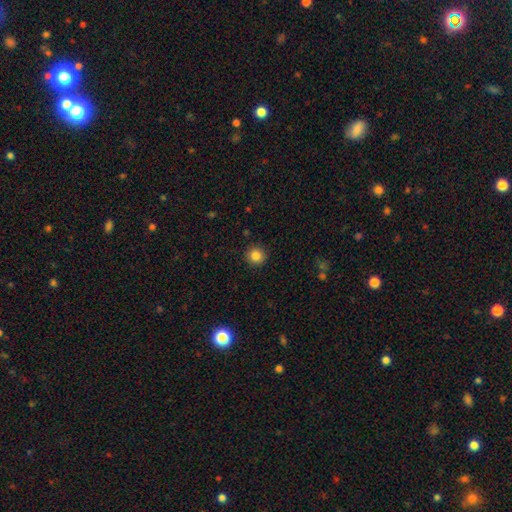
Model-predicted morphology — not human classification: A smooth galaxy with no disk features (84%) that is round (94%).

Vote fractions:
- Smooth or featured? smooth: 84% / star or artifact: 11% / featured or disk: 4%
- How rounded? round: 94% / in between: 5% / cigar-shaped: 1%
- Merging? none: 91% / minor disturbance: 6% / major disturbance: 2% / merger: 1%